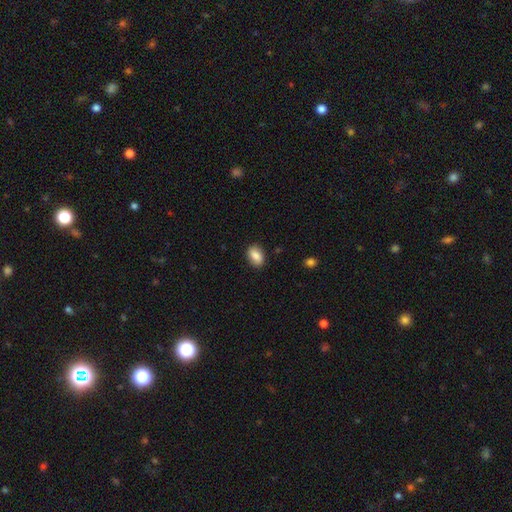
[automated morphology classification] Smooth or featured?
  - smooth: 85% *
  - featured or disk: 8%
  - star or artifact: 7%
How rounded?
  - in between: 84% *
  - round: 15%
  - cigar-shaped: 2%
Merging?
  - none: 87% *
  - minor disturbance: 10%
  - major disturbance: 2%
  - merger: 1%